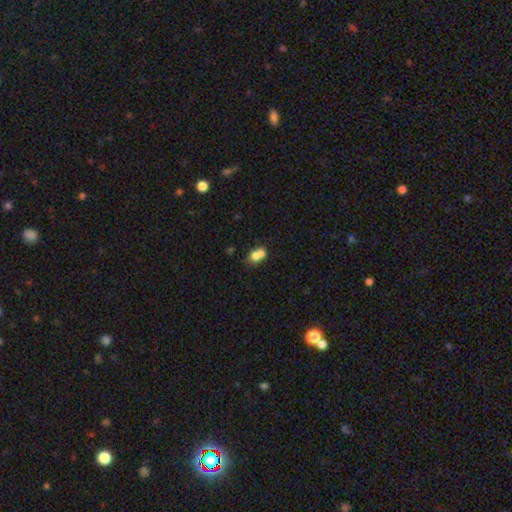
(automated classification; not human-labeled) Smooth or featured: smooth — 72% (featured or disk — 18%)
How rounded: in between — 49% (tied with round — 49%)
Merging: merger — 59% (none — 28%)